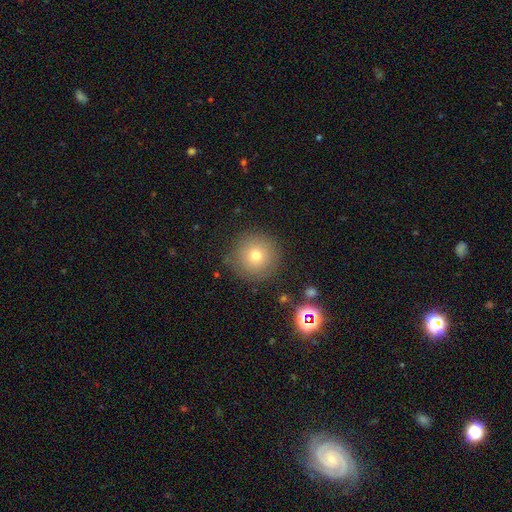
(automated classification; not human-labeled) smooth 74%, star or artifact 14%, featured or disk 13%. Down the decision tree: how rounded — round (96%); merging — none (86%).